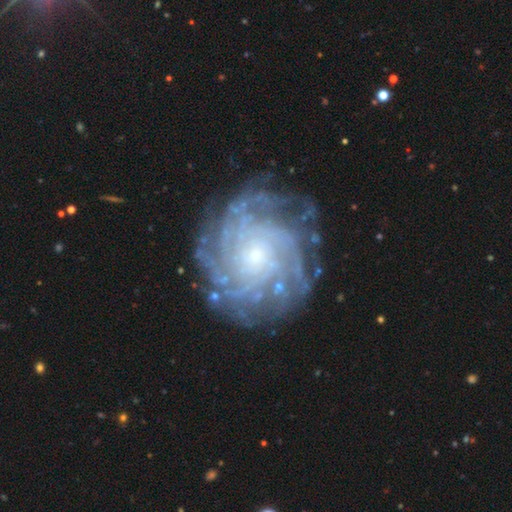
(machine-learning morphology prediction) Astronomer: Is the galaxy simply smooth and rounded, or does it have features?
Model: featured or disk — 88%.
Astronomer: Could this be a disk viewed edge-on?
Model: no — 98%.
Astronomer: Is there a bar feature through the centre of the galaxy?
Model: no — 76%.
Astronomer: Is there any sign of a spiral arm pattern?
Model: yes — 97%.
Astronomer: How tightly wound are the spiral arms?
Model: tight — 78%.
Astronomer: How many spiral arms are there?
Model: more than 4 — 32% (runner-up: can't tell, 24%).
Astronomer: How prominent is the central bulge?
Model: small — 75%.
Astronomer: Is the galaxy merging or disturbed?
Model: none — 78%.